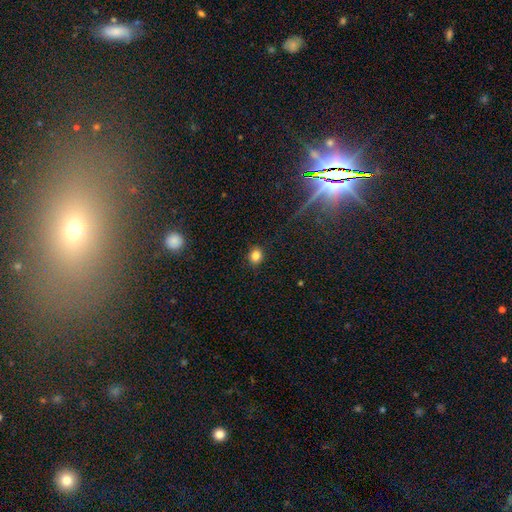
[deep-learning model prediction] Morphology: type=smooth (82%); roundness=round (72%); merging=none (89%).